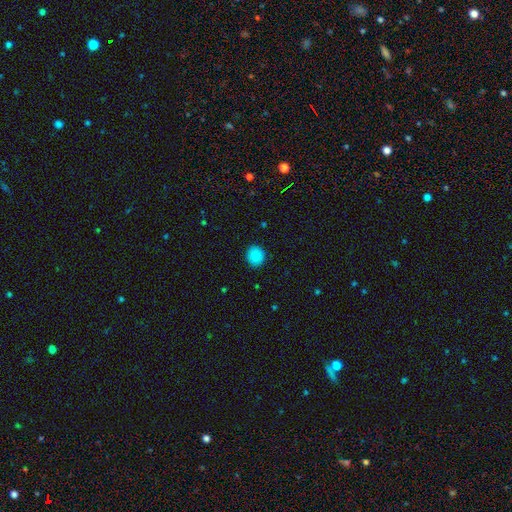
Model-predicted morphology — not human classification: smooth-or-featured: smooth: 88% | star or artifact: 10% | featured or disk: 3%
  how-rounded: round: 81% | in between: 18% | cigar-shaped: 1%
  merging: none: 90% | minor disturbance: 7% | major disturbance: 2% | merger: 1%